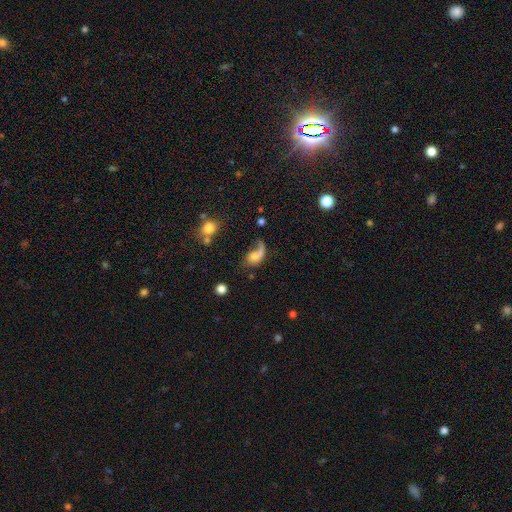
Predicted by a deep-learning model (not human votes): A smooth galaxy with no disk features (51%) that is in between round and cigar-shaped (67%).

Vote fractions:
- Smooth or featured? smooth: 51% / featured or disk: 38% / star or artifact: 12%
- How rounded? in between: 67% / round: 27% / cigar-shaped: 5%
- Merging? major disturbance: 44% / none: 26% / minor disturbance: 16% / merger: 13%